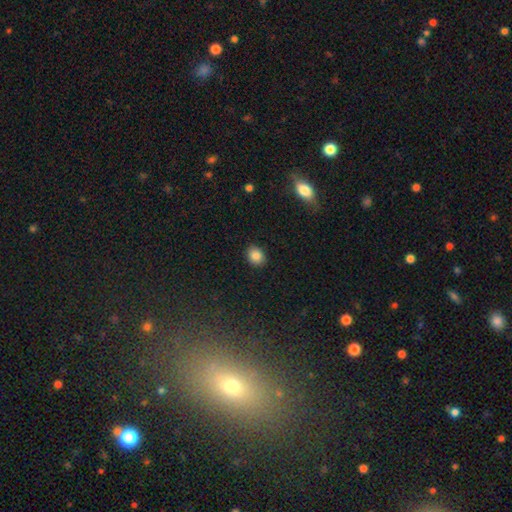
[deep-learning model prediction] Overall: smooth (86%). How rounded: round (50%; in between 49%). Merging: none (90%).